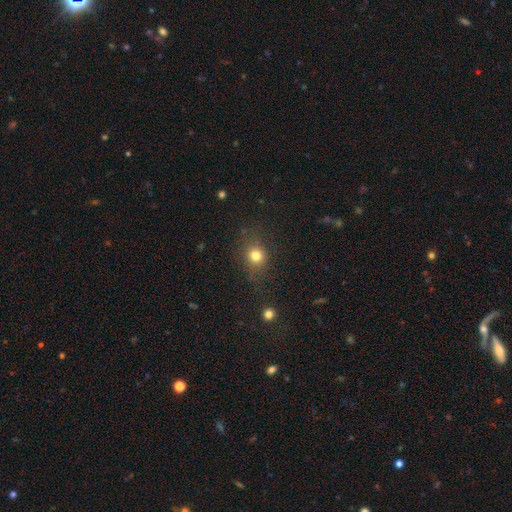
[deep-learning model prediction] Morphology: type=smooth (78%); roundness=round (79%); merging=none (79%).